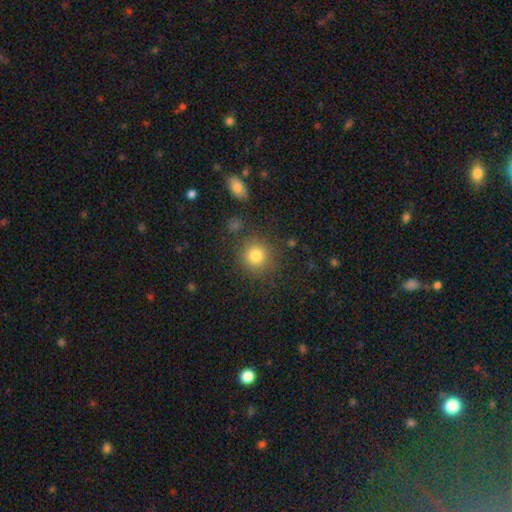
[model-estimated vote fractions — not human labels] This appears to be a smooth galaxy with no disk features (81%) that is round (91%). Merging: none (84%).